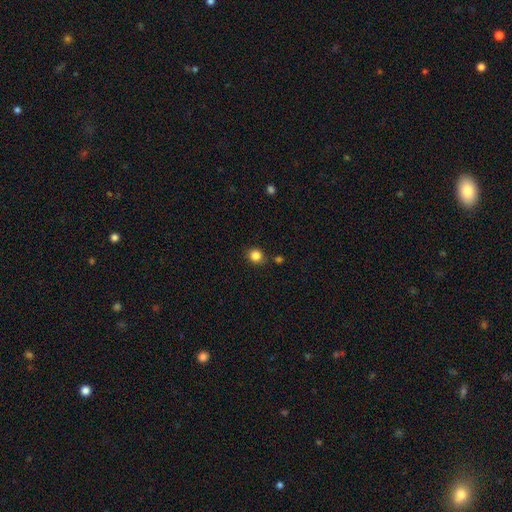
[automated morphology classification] smooth 84%, star or artifact 11%, featured or disk 4%. Down the decision tree: how rounded — round (87%); merging — none (83%).